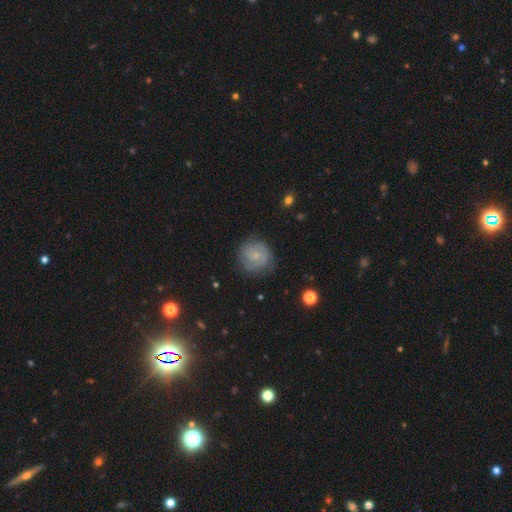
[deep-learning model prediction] This appears to be a featured or disk galaxy (56%) with no bar (66%), spiral arms (86%) and a small central bulge (73%). Merging: none (75%).